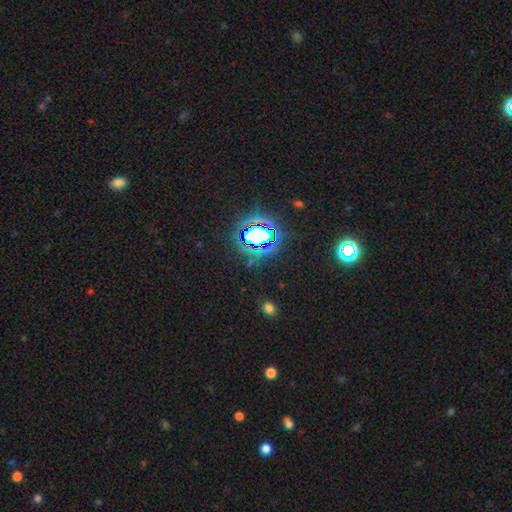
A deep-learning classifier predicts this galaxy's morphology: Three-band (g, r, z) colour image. It shows a star or artifact, not a galaxy (81%).